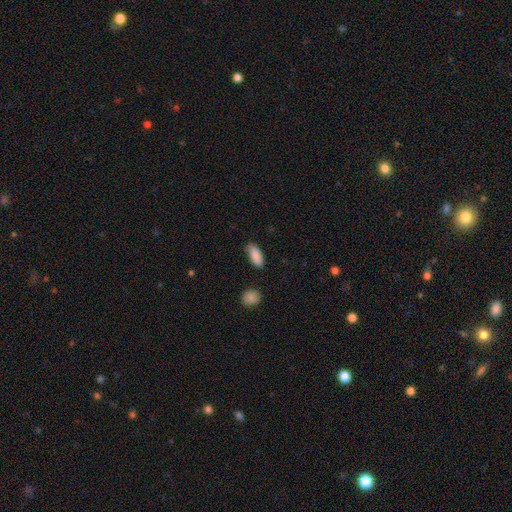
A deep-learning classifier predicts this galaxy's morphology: This is clearly a smooth galaxy (87%). How rounded: clearly in between (85%). Merging: likely none (74%).